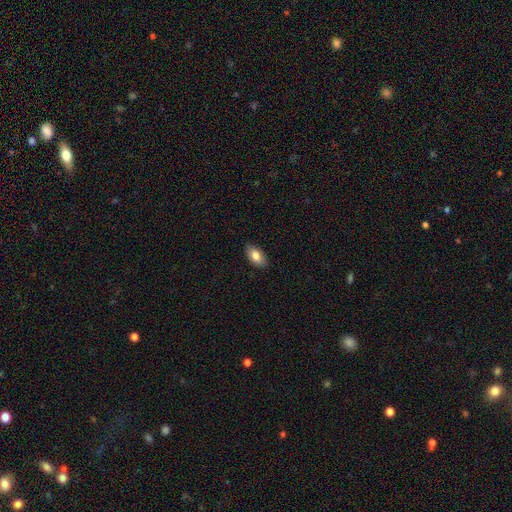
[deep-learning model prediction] Morphology: type=smooth (81%); roundness=in between (93%); merging=none (86%).